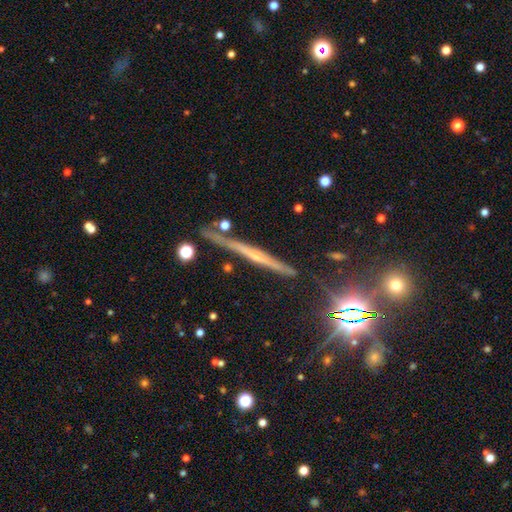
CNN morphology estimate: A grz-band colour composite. It shows a featured or disk galaxy (66%) viewed edge-on (97%) with a rounded central bulge (49%). Merging: none (83%).